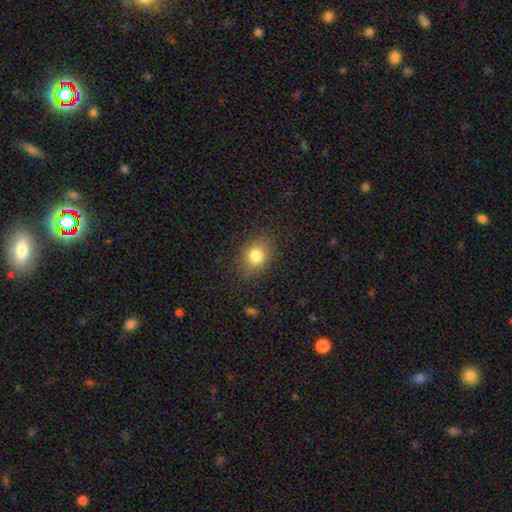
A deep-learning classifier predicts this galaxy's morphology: smooth_or_featured: smooth (p=0.81) [alt: star or artifact p=0.11]
how_rounded: in between (p=0.52) [alt: round p=0.47]
merging: none (p=0.85) [alt: minor disturbance p=0.11]